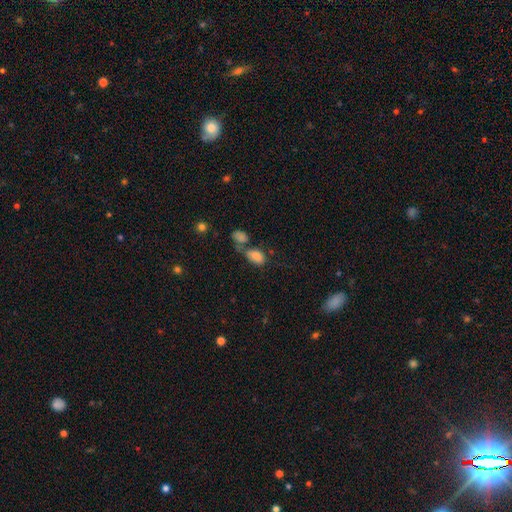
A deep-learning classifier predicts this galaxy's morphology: Smooth or featured? Predicted: smooth (p=0.81). How rounded? Predicted: in between (p=0.88). Merging? Predicted: merger (p=0.42).